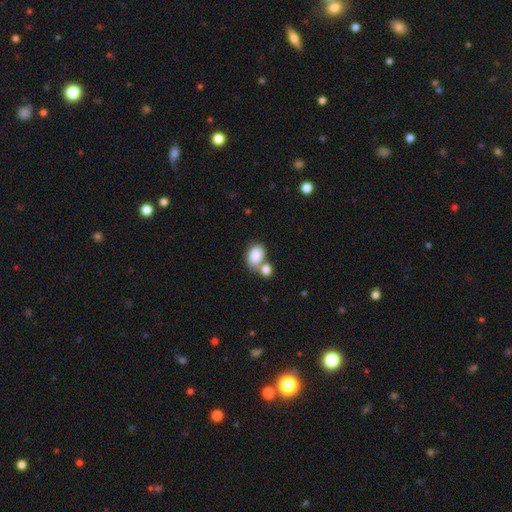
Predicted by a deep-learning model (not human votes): A smooth galaxy with no disk features (85%) that is in between round and cigar-shaped (78%). Merging: merger (45%).